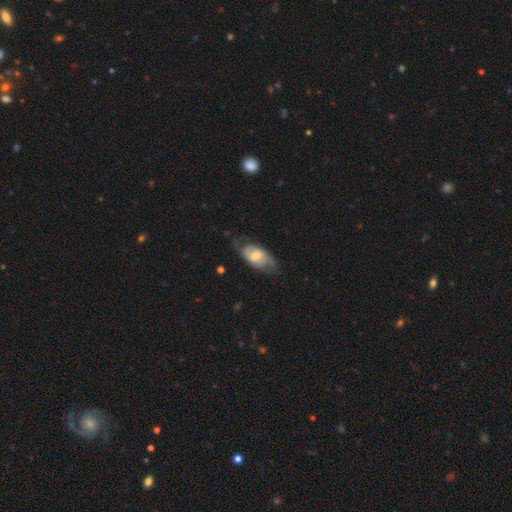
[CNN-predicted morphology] A featured or disk galaxy (50%). Merging: none (60%).